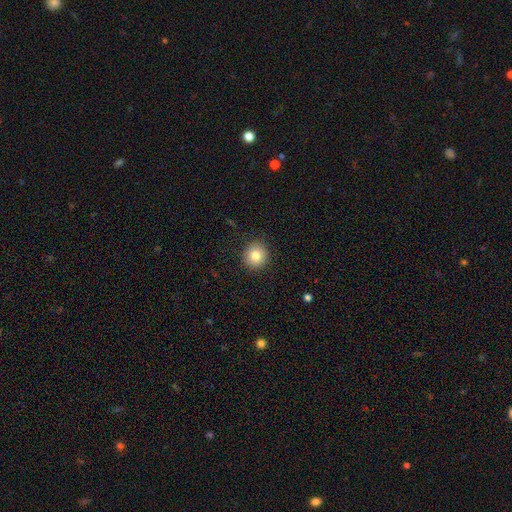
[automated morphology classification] A smooth galaxy with no disk features (81%) that is round (92%).

Vote fractions:
- Smooth or featured? smooth: 81% / star or artifact: 10% / featured or disk: 9%
- How rounded? round: 92% / in between: 7% / cigar-shaped: 1%
- Merging? none: 90% / minor disturbance: 7% / major disturbance: 2% / merger: 1%